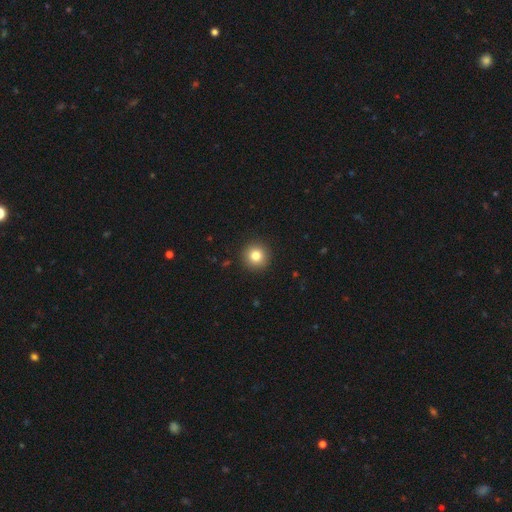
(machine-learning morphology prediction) smooth 81%, star or artifact 11%, featured or disk 8%. Down the decision tree: how rounded — round (95%); merging — none (92%).